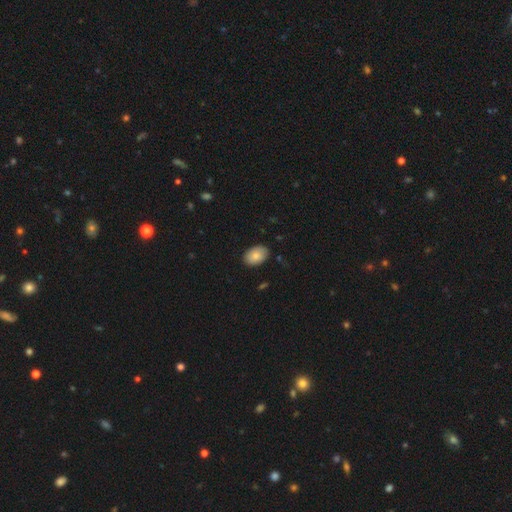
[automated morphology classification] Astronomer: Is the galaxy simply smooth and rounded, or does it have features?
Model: smooth — 85%.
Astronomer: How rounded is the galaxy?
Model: in between — 87%.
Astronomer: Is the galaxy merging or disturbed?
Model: none — 86%.